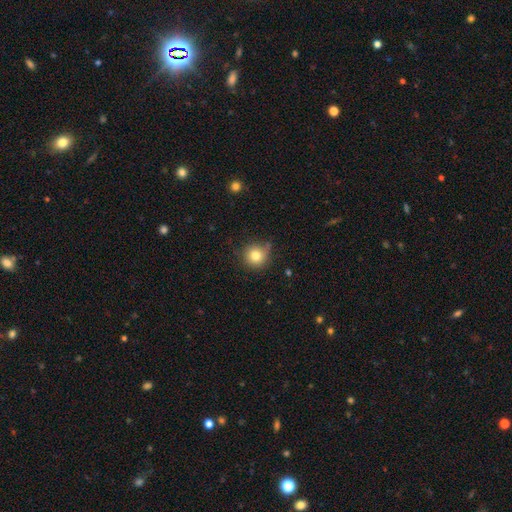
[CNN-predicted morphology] smooth 80%, star or artifact 11%, featured or disk 8%. Down the decision tree: how rounded — round (92%); merging — none (71%).